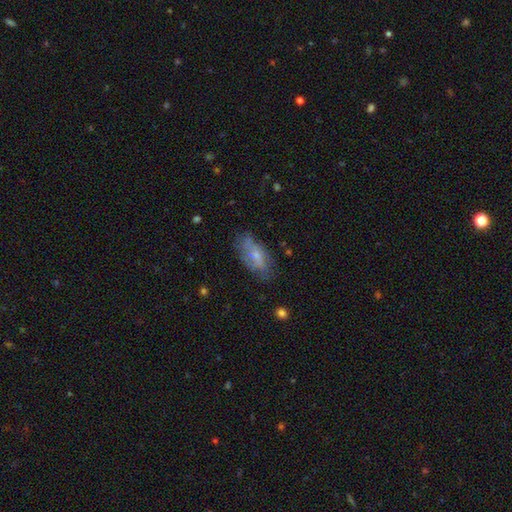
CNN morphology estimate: Smooth or featured: smooth — 49% (featured or disk — 42%)
Merging: none — 57% (minor disturbance — 27%)